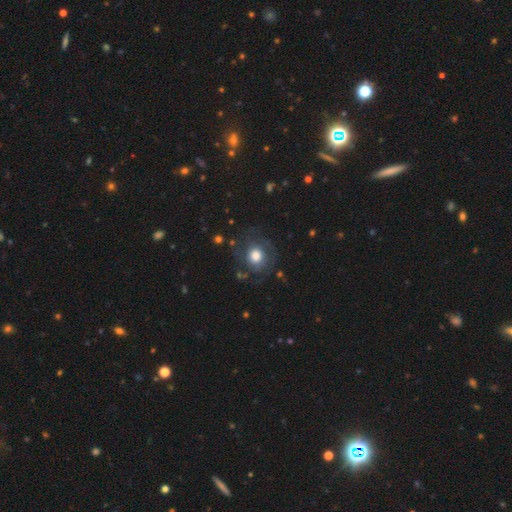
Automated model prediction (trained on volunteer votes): The model was most divided on "smooth or featured": smooth: 60%, featured or disk: 30%, star or artifact: 10%. More confident: how rounded — round (86%); merging — none (71%).